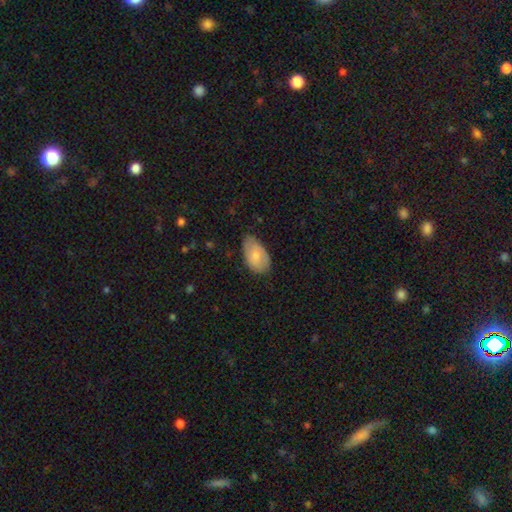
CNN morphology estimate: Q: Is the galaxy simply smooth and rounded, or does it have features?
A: smooth — 69%.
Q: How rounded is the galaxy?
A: in between — 93%.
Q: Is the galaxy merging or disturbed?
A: none — 63%.